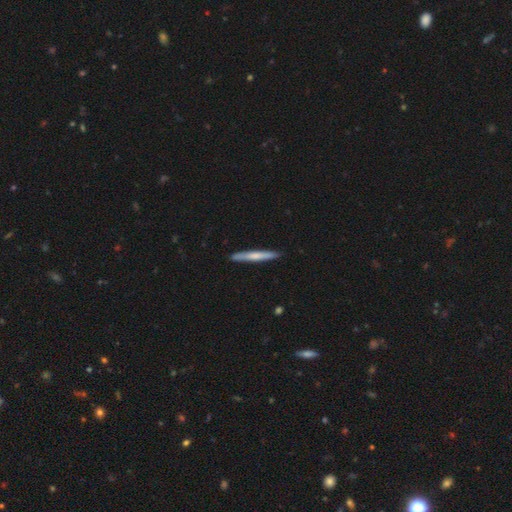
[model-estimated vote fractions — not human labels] The model was most divided on "smooth or featured": smooth: 58%, featured or disk: 37%, star or artifact: 5%. More confident: how rounded — cigar-shaped (96%); merging — none (91%).